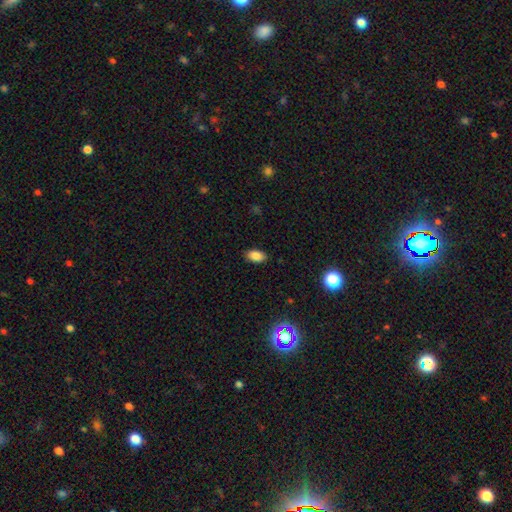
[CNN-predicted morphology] This is clearly a smooth galaxy (85%). How rounded: clearly in between (91%). Merging: clearly none (87%).